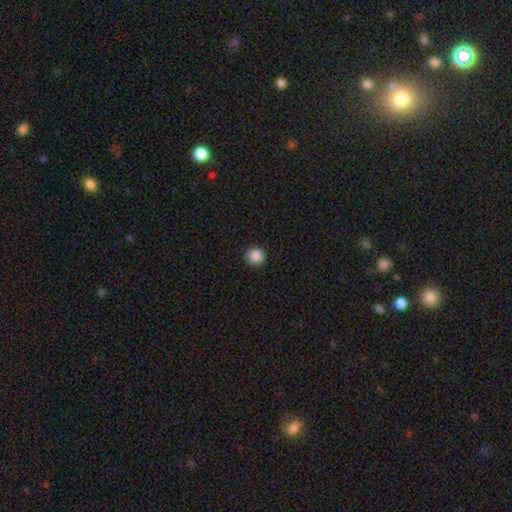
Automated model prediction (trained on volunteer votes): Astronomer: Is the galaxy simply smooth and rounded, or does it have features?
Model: smooth — 87%.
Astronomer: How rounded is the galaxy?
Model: round — 94%.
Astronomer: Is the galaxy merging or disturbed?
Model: none — 91%.